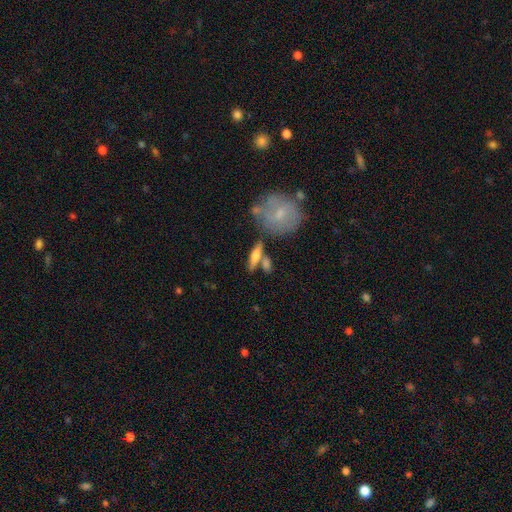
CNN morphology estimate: Smooth or featured?
  - smooth: 54% *
  - featured or disk: 39%
  - star or artifact: 8%
How rounded?
  - cigar-shaped: 59% *
  - in between: 34%
  - round: 7%
Merging?
  - none: 65% *
  - merger: 18%
  - minor disturbance: 12%
  - major disturbance: 5%